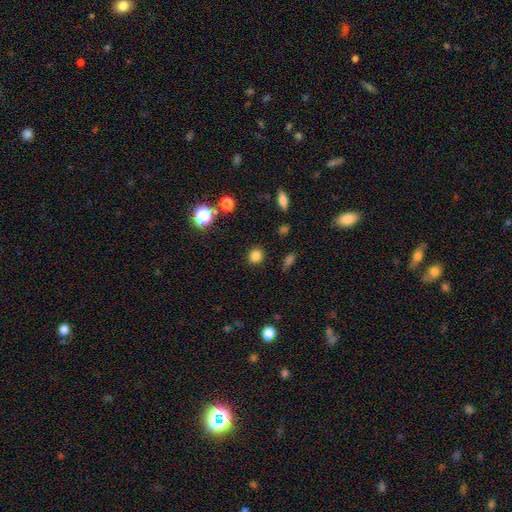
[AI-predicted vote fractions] Smooth or featured? Predicted: smooth (p=0.82). How rounded? Predicted: round (p=0.76). Merging? Predicted: none (p=0.88).